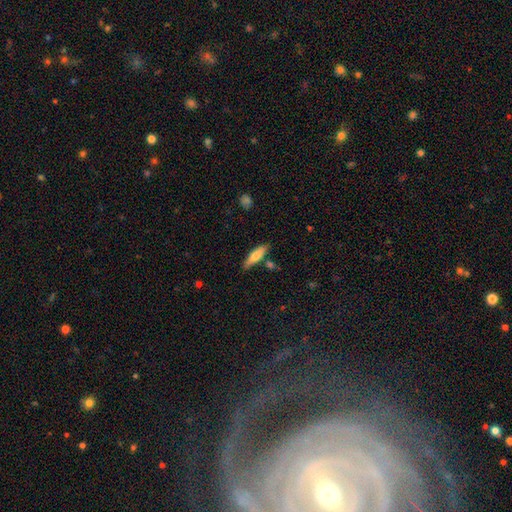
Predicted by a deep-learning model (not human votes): Smooth or featured: smooth — 70% (featured or disk — 24%)
How rounded: cigar-shaped — 67% (in between — 32%)
Merging: none — 79% (minor disturbance — 13%)